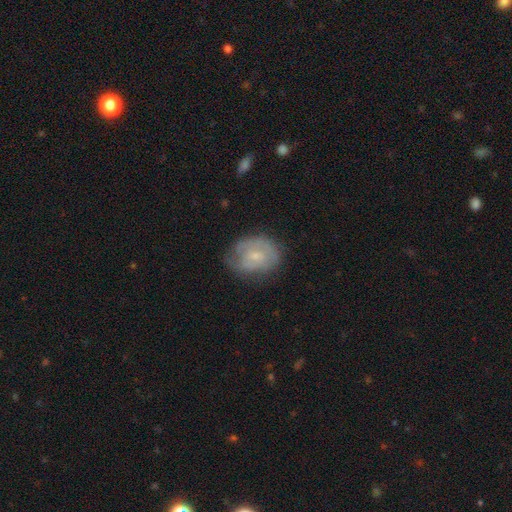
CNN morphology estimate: Overall: featured or disk (52%; smooth 40%). Edge-on disk: no (97%). Bar: no (61%; weak 34%). Spiral arms: yes (65%; no 35%). Bulge size: small (57%; moderate 30%). Merging: none (61%; minor disturbance 27%).